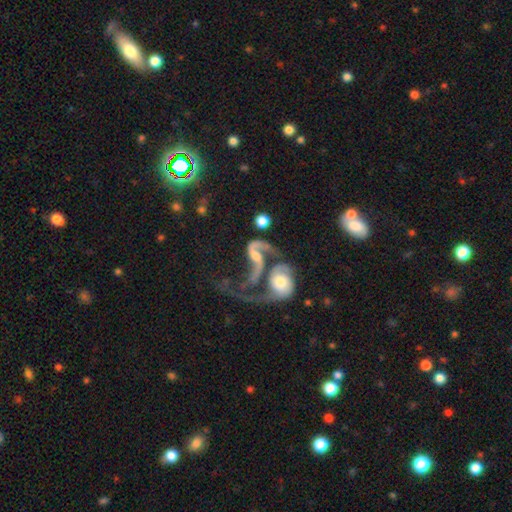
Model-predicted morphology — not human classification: Overall: featured or disk (80%). Edge-on disk: no (96%). Bar: no (48%; weak 33%). Spiral arms: yes (89%). Spiral arm count: 2 (70%). Spiral winding: loose (67%). Bulge size: moderate (44%; small 39%). Merging: merger (58%; major disturbance 21%).